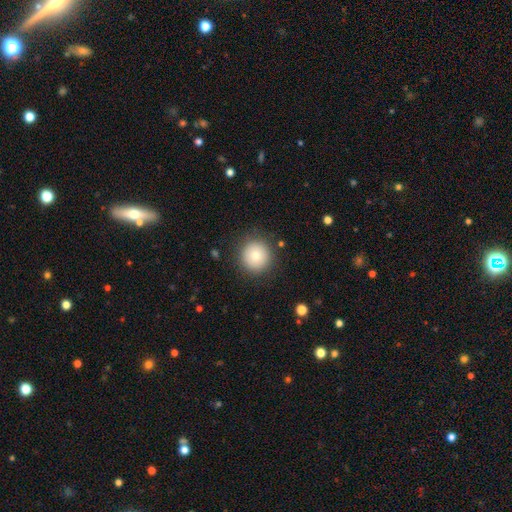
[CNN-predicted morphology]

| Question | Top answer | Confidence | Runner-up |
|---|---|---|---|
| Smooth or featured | smooth | 78% | featured or disk (11%) |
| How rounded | round | 96% | in between (4%) |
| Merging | none | 88% | minor disturbance (8%) |